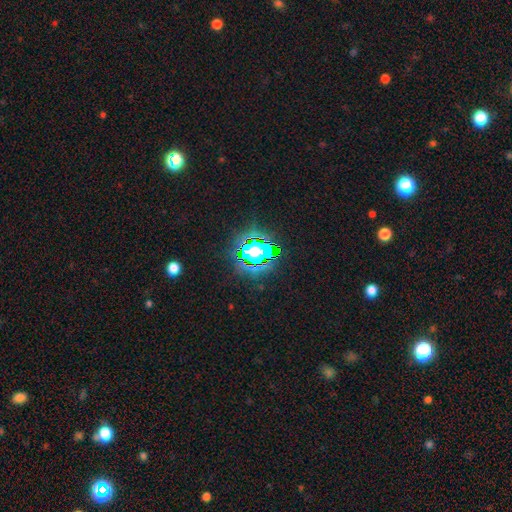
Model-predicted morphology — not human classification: smooth-or-featured: star or artifact: 80% | smooth: 12% | featured or disk: 7%